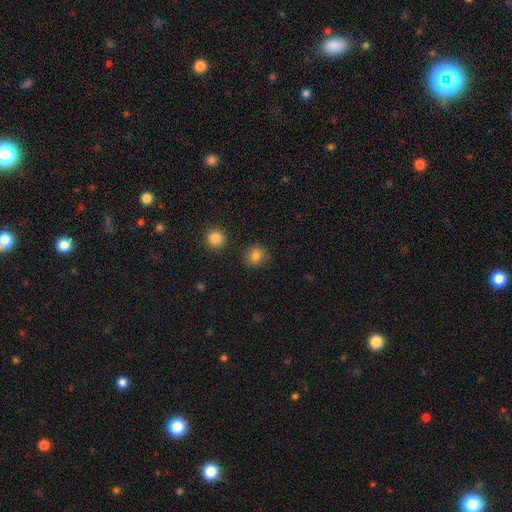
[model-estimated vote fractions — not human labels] The model was most divided on "how rounded": round: 82%, in between: 17%, cigar-shaped: 1%. More confident: merging — none (84%); smooth or featured — smooth (82%).